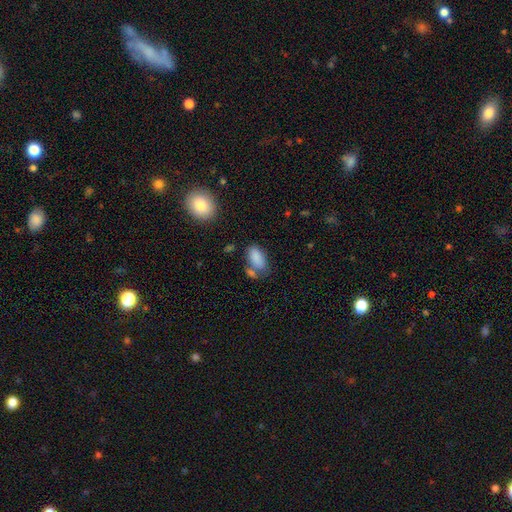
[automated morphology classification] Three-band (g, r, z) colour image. It shows a smooth galaxy with no disk features (86%) that is in between round and cigar-shaped (93%). Merging: none (55%).